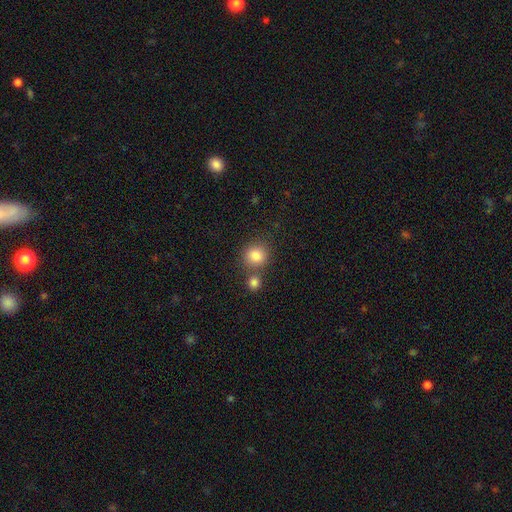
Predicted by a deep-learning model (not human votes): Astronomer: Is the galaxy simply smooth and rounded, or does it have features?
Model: smooth — 84%.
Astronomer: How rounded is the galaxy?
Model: round — 84%.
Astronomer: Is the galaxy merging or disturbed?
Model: none — 63%.